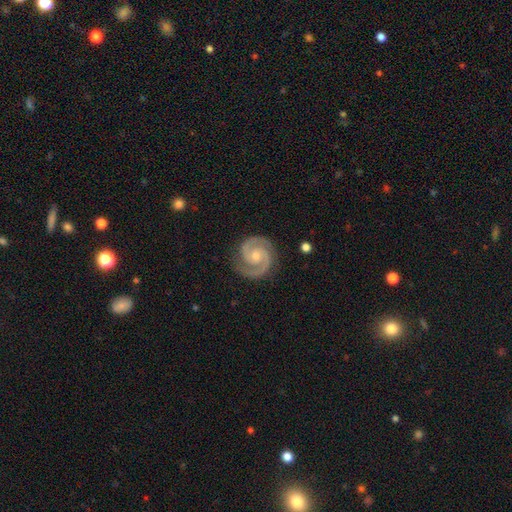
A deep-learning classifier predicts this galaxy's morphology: type=featured or disk (94%); edge-on=no (98%); bar=no (61%); spiral arms=yes (99%); winding=tight (55%); arm count=2 (94%); bulge=small (48%); merging=none (88%).